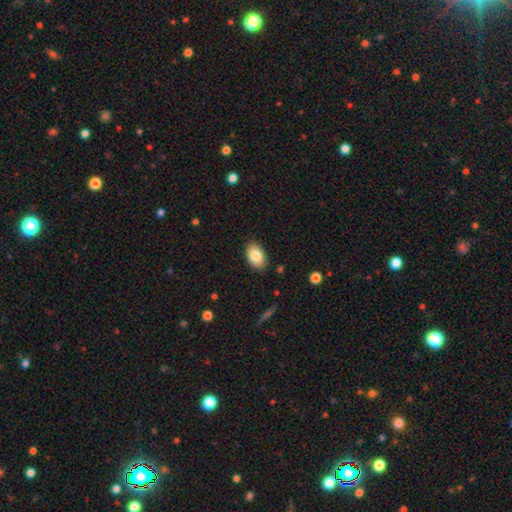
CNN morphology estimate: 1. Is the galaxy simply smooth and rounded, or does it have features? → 83% smooth, 10% featured or disk, 7% star or artifact.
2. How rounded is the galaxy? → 90% in between, 8% round, 1% cigar-shaped.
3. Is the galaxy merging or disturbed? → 87% none, 10% minor disturbance, 2% major disturbance, 1% merger.